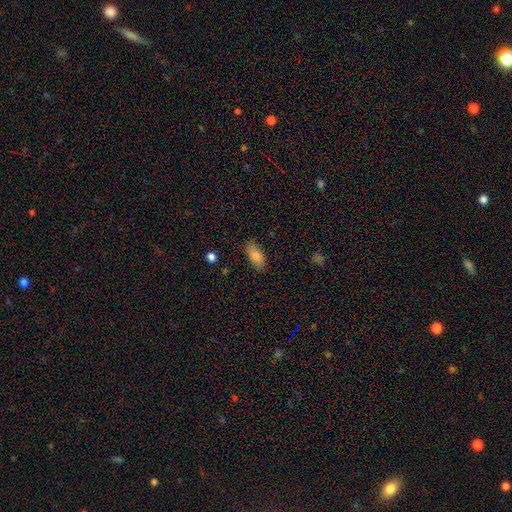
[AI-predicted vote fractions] smooth 86%, star or artifact 7%, featured or disk 7%. Down the decision tree: how rounded — in between (89%); merging — none (83%).